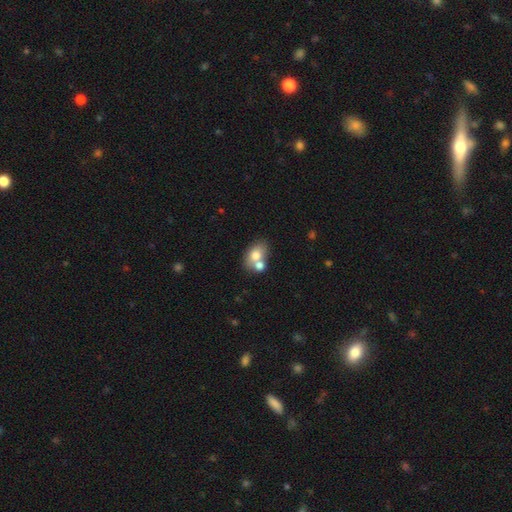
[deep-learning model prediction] A smooth galaxy with no disk features (72%) that is in between round and cigar-shaped (77%). Merging: none (47%).